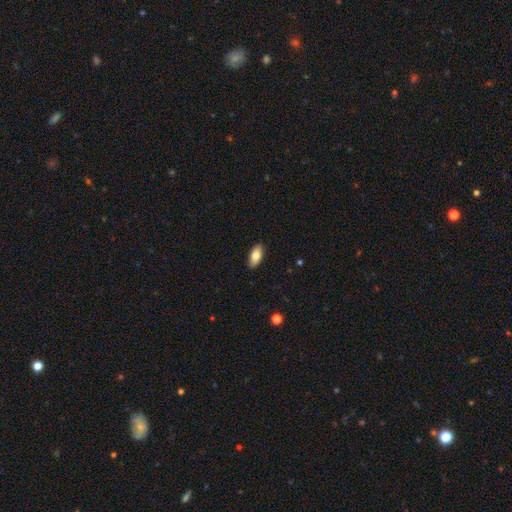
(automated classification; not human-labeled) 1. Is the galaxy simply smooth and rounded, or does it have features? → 81% smooth, 13% featured or disk, 6% star or artifact.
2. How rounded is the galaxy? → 88% in between, 9% cigar-shaped, 3% round.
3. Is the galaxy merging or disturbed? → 89% none, 9% minor disturbance, 2% major disturbance, 1% merger.